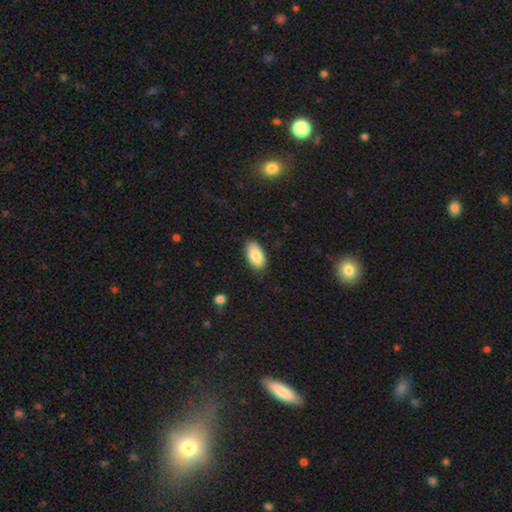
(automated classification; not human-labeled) A smooth galaxy with no disk features (86%) that is in between round and cigar-shaped (95%).

Vote fractions:
- Smooth or featured? smooth: 86% / featured or disk: 7% / star or artifact: 7%
- How rounded? in between: 95% / round: 3% / cigar-shaped: 2%
- Merging? none: 85% / minor disturbance: 11% / major disturbance: 2% / merger: 1%